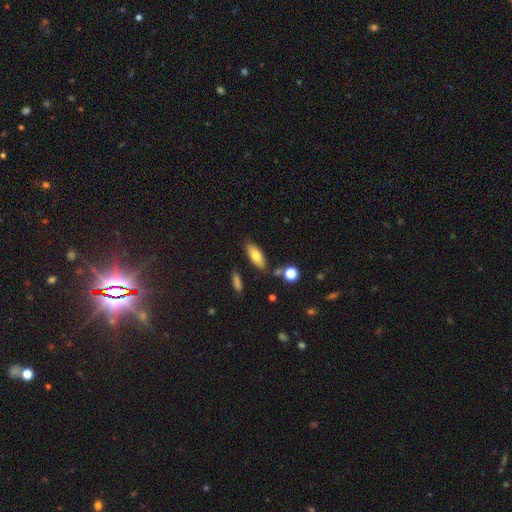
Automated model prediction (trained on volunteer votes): This appears to be a smooth galaxy with no disk features (77%) that is in between round and cigar-shaped (76%). Merging: none (75%).